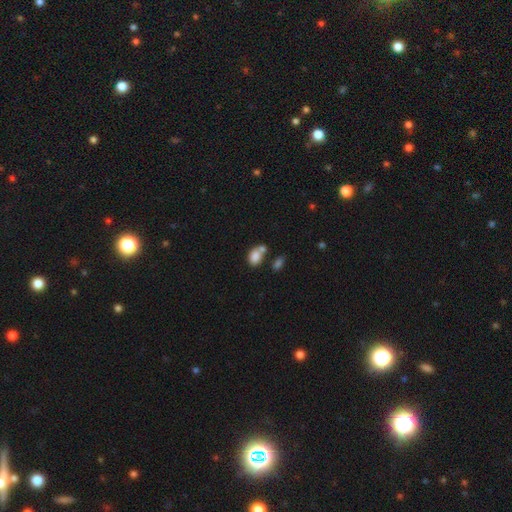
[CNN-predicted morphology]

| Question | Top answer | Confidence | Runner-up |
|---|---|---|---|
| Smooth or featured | smooth | 82% | star or artifact (9%) |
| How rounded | in between | 73% | round (25%) |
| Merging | merger | 44% | none (38%) |